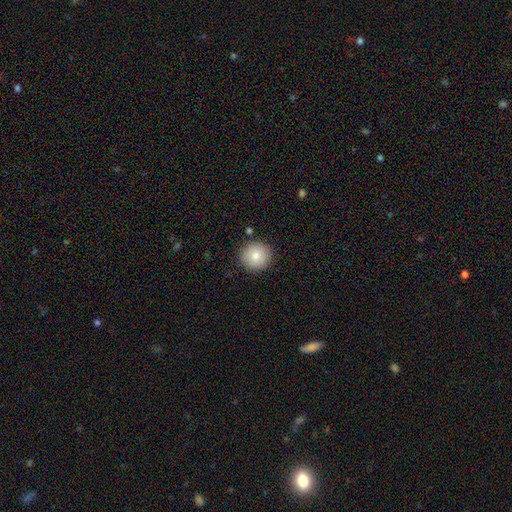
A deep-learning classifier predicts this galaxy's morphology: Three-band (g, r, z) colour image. It shows a smooth galaxy with no disk features (82%) that is round (93%). Merging: none (89%).